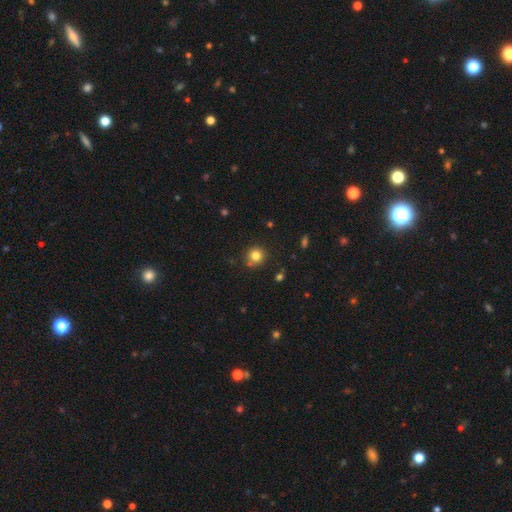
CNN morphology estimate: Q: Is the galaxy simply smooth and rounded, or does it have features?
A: smooth — 80%.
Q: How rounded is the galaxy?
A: round — 91%.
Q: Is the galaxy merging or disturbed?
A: none — 78%.